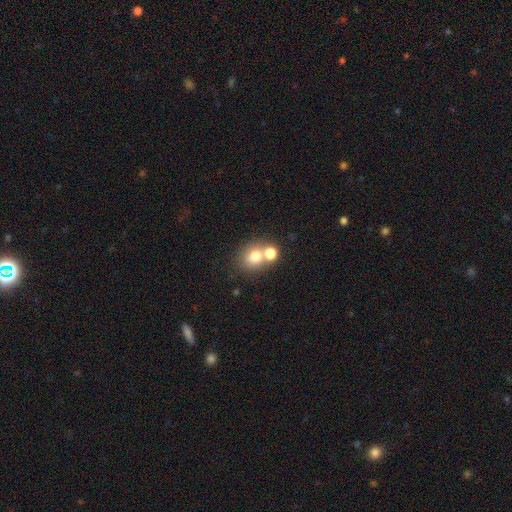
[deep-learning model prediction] A smooth galaxy with no disk features (73%) that is round (62%). Merging: none (45%).